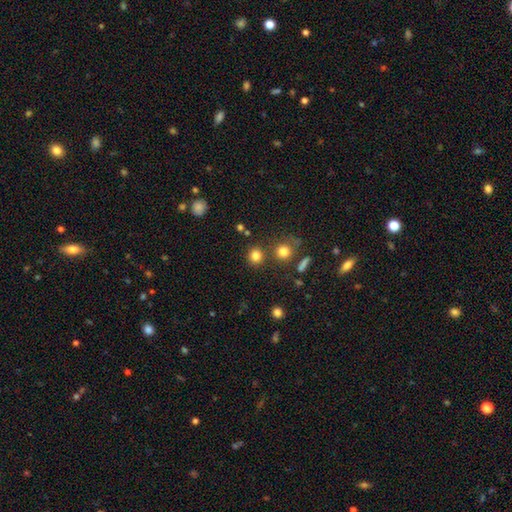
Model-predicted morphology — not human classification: Smooth or featured? Predicted: smooth (p=0.80). How rounded? Predicted: round (p=0.90). Merging? Predicted: none (p=0.79).